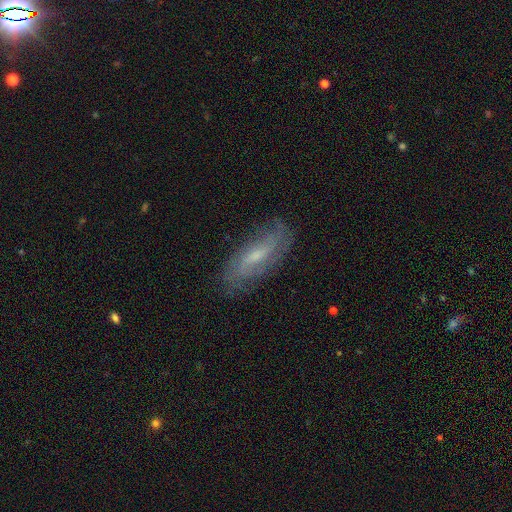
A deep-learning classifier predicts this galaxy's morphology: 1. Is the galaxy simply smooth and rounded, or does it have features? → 67% featured or disk, 25% smooth, 7% star or artifact.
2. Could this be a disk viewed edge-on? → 81% no, 19% yes.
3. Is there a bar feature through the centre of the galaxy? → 50% weak, 36% no, 15% strong.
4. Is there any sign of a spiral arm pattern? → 87% yes, 13% no.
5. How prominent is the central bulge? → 54% small, 35% moderate, 8% none, 2% large, 1% dominant.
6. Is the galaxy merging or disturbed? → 77% none, 17% minor disturbance, 5% major disturbance, 1% merger.